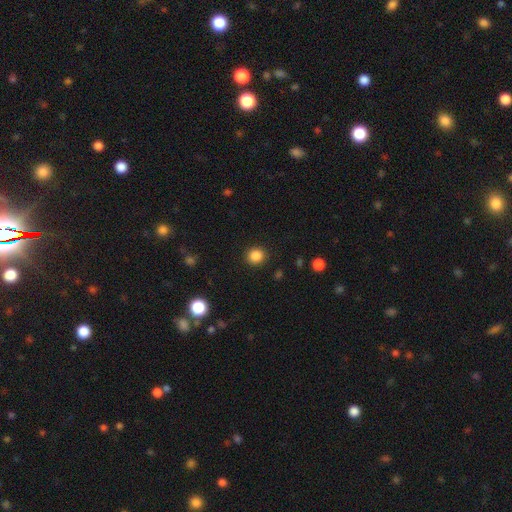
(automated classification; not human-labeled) Morphology: type=smooth (86%); roundness=round (86%); merging=none (91%).